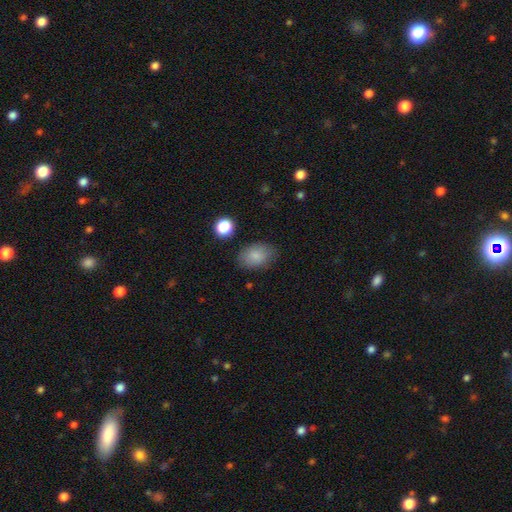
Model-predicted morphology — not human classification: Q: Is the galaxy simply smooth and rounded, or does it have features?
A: smooth — 85%.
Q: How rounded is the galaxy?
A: in between — 85%.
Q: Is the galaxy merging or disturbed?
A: none — 80%.